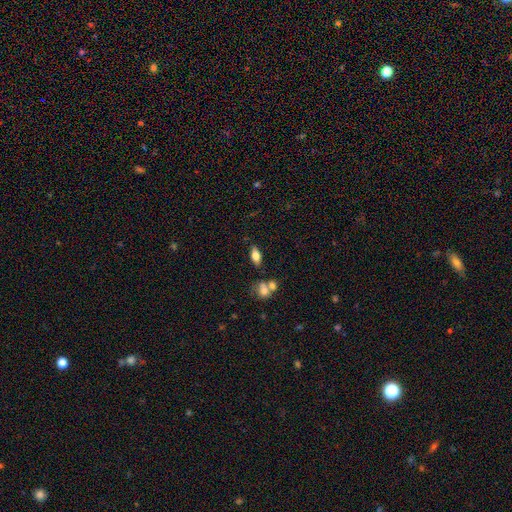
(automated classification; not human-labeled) The model was most divided on "smooth or featured": smooth: 65%, featured or disk: 26%, star or artifact: 9%. More confident: how rounded — in between (80%); merging — none (76%).